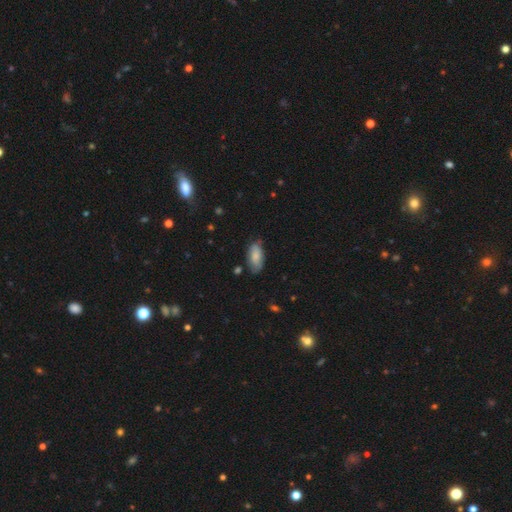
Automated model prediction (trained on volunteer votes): Overall: smooth (79%). How rounded: in between (89%). Merging: none (66%; minor disturbance 26%).